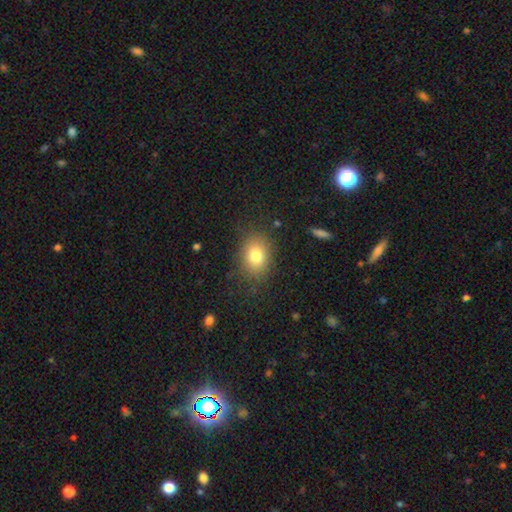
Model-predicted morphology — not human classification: Smooth or featured? Predicted: smooth (p=0.80). How rounded? Predicted: in between (p=0.66). Merging? Predicted: none (p=0.81).